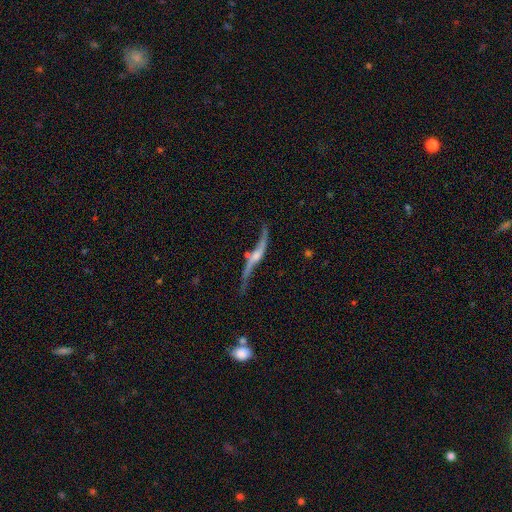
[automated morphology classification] Smooth or featured?
  - featured or disk: 84% *
  - smooth: 10%
  - star or artifact: 7%
Edge-on disk?
  - yes: 54% *
  - no: 46%
Merging?
  - none: 53% *
  - minor disturbance: 23%
  - major disturbance: 16%
  - merger: 8%